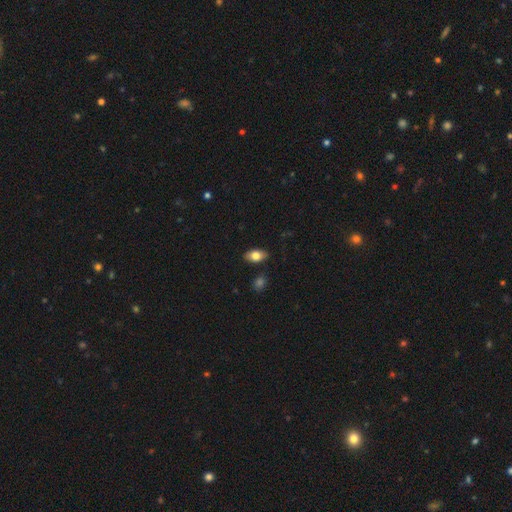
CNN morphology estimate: Smooth or featured? smooth (79%)
How rounded? in between (91%)
Merging? none (86%)